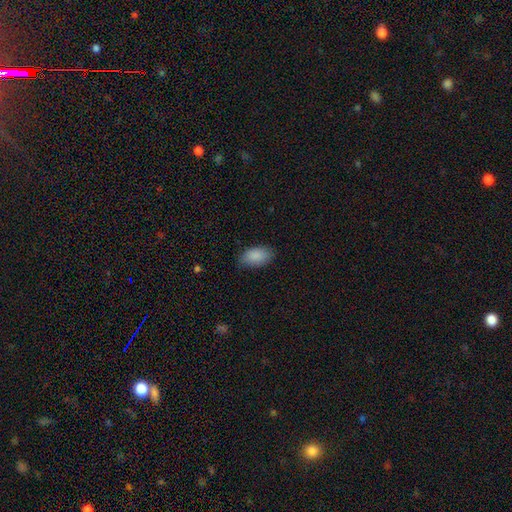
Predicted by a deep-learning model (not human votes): smooth_or_featured: smooth (p=0.89) [alt: star or artifact p=0.07]
how_rounded: in between (p=0.94) [alt: round p=0.04]
merging: none (p=0.81) [alt: minor disturbance p=0.15]